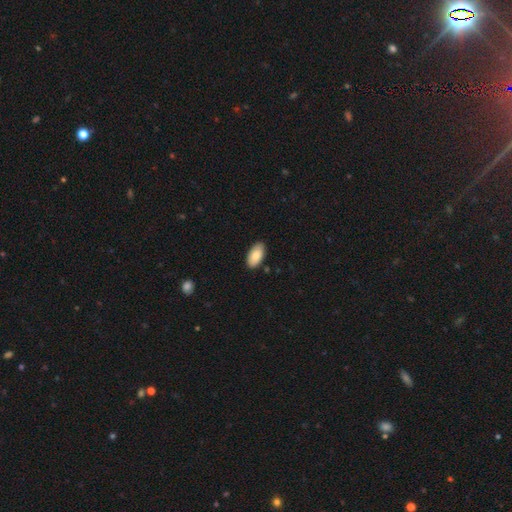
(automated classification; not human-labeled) smooth-or-featured: smooth: 83% | featured or disk: 10% | star or artifact: 6%
  how-rounded: in between: 95% | cigar-shaped: 3% | round: 2%
  merging: none: 87% | minor disturbance: 10% | major disturbance: 2% | merger: 1%